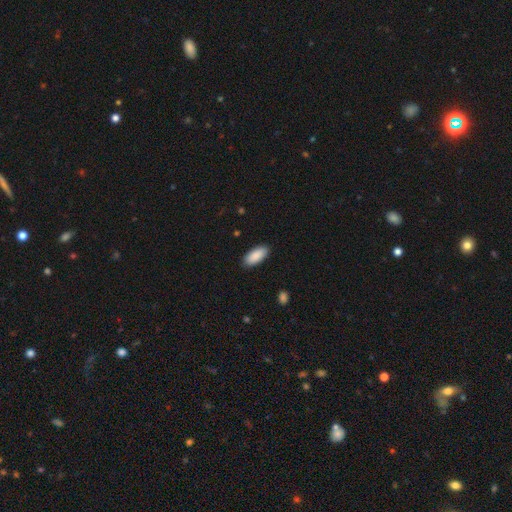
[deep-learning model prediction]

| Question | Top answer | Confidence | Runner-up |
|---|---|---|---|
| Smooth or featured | smooth | 91% | star or artifact (6%) |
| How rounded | in between | 90% | cigar-shaped (8%) |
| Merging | none | 89% | minor disturbance (9%) |